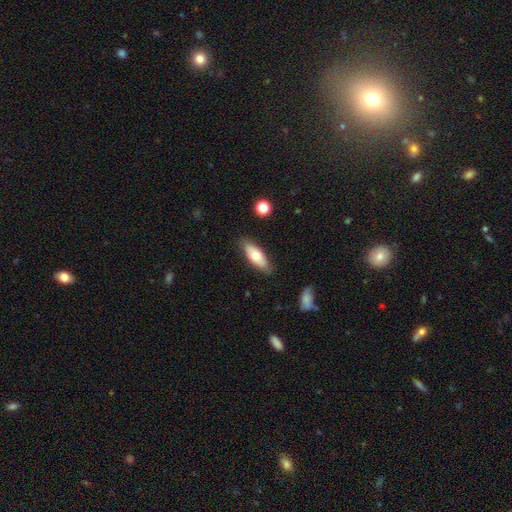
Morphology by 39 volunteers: type=smooth (67%); roundness=in between (62%); merging=none (83%).